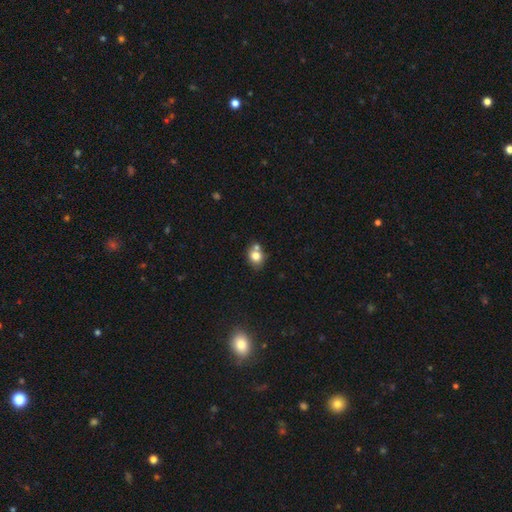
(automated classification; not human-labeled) Overall: smooth (77%). How rounded: round (58%; in between 41%). Merging: none (53%; merger 30%).